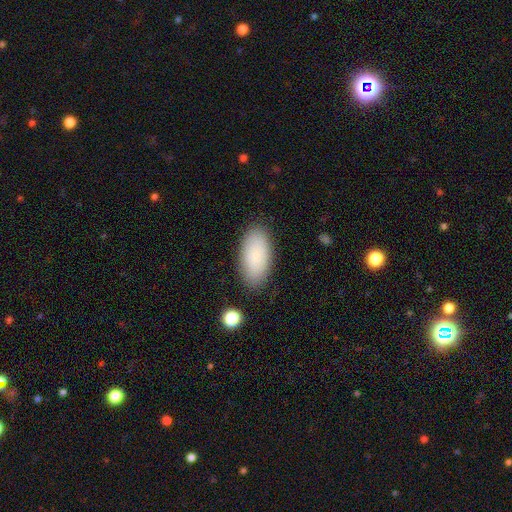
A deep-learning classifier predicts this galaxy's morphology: Q: Smooth or featured?
A: smooth (87%); runner-up: featured or disk (7%)
Q: How rounded?
A: in between (94%); runner-up: cigar-shaped (4%)
Q: Merging?
A: none (86%); runner-up: minor disturbance (10%)